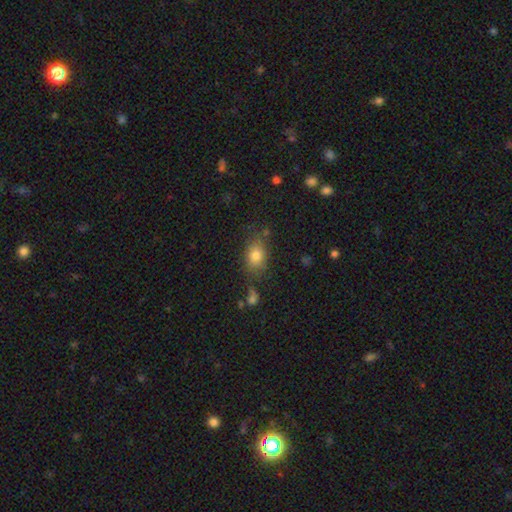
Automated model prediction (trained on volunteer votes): This is clearly a smooth galaxy (81%). How rounded: likely in between (71%). Merging: likely none (71%).